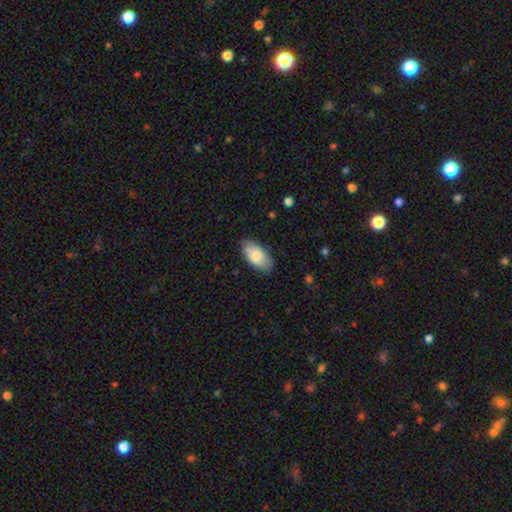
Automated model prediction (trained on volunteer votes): The model was most divided on "smooth or featured": smooth: 77%, featured or disk: 17%, star or artifact: 6%. More confident: how rounded — in between (94%); merging — none (80%).